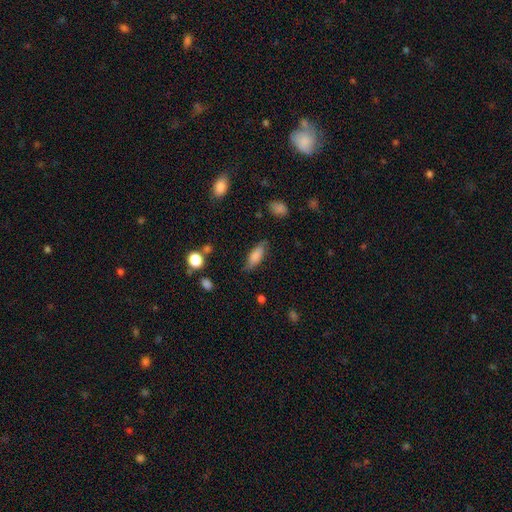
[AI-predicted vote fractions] Smooth or featured?
  - smooth: 77% *
  - featured or disk: 16%
  - star or artifact: 7%
How rounded?
  - in between: 65% *
  - cigar-shaped: 33%
  - round: 3%
Merging?
  - none: 76% *
  - minor disturbance: 18%
  - major disturbance: 4%
  - merger: 2%